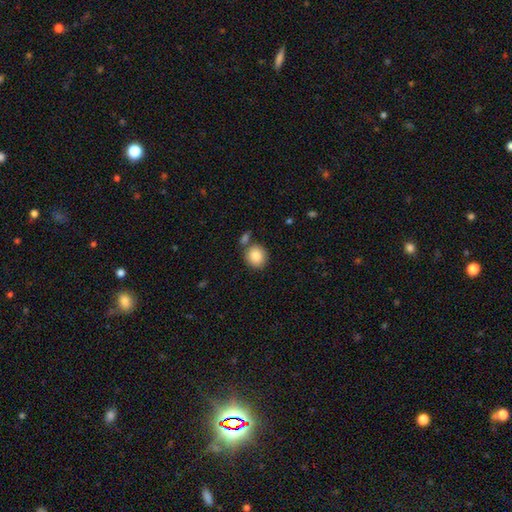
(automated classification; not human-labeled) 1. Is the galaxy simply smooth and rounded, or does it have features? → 86% smooth, 8% star or artifact, 6% featured or disk.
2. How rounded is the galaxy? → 83% round, 16% in between, 1% cigar-shaped.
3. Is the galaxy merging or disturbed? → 71% none, 16% merger, 10% minor disturbance, 3% major disturbance.